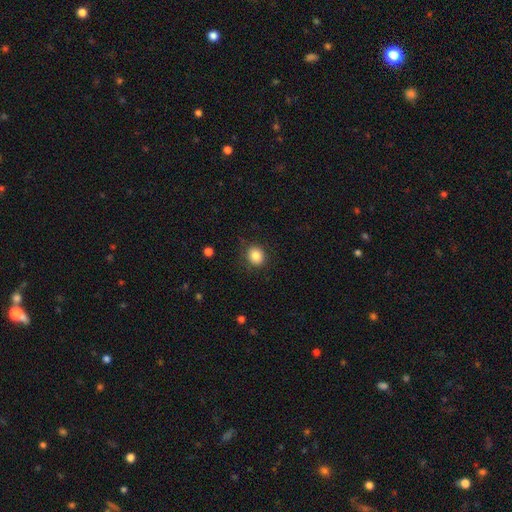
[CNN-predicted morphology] Overall: smooth (84%). How rounded: round (78%). Merging: none (84%).